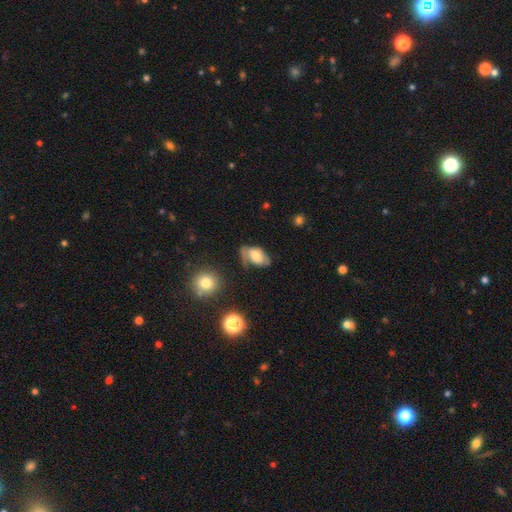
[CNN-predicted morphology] smooth 52%, featured or disk 39%, star or artifact 9%. Down the decision tree: how rounded — in between (91%); merging — none (47%).